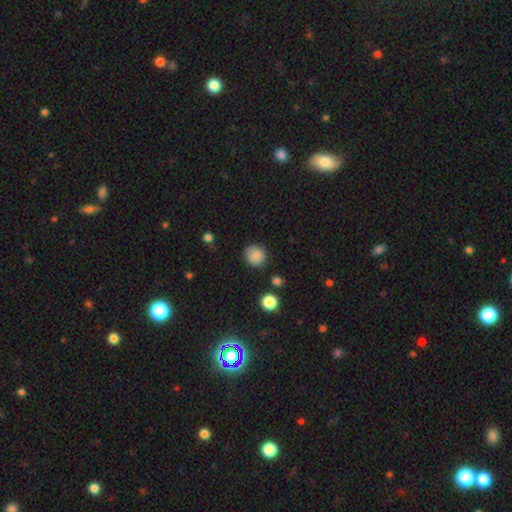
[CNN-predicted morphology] A smooth galaxy with no disk features (85%) that is round (89%).

Vote fractions:
- Smooth or featured? smooth: 85% / star or artifact: 10% / featured or disk: 5%
- How rounded? round: 89% / in between: 10% / cigar-shaped: 1%
- Merging? none: 81% / minor disturbance: 14% / major disturbance: 3% / merger: 2%